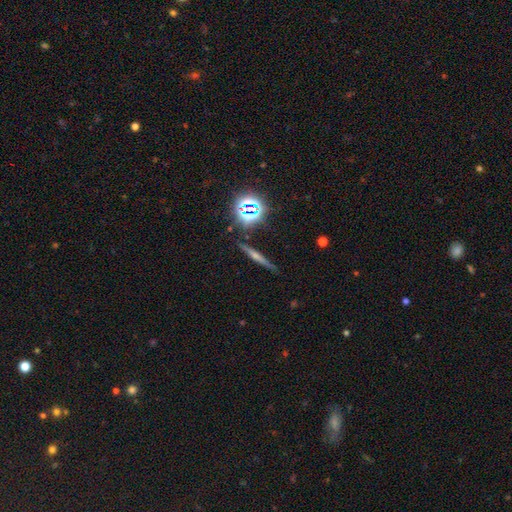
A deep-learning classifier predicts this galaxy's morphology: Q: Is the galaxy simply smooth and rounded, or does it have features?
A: featured or disk — 53%.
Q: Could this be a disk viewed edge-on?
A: yes — 95%.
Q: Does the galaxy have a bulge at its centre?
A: rounded — 66%.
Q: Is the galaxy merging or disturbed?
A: none — 89%.